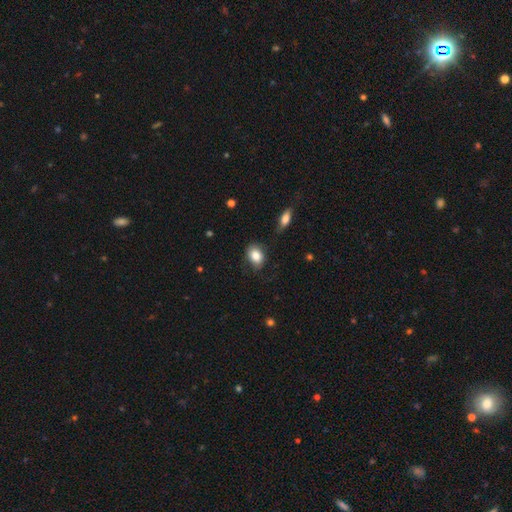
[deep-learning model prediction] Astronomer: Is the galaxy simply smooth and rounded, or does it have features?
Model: smooth — 83%.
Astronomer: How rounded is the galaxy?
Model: in between — 73%.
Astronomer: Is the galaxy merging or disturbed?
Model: none — 75%.